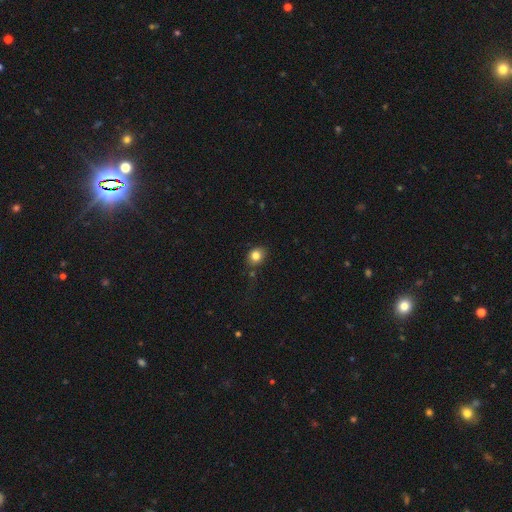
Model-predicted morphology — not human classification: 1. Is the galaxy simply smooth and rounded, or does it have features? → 82% smooth, 11% star or artifact, 7% featured or disk.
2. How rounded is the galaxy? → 59% round, 40% in between, 1% cigar-shaped.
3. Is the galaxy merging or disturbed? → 78% none, 14% minor disturbance, 4% major disturbance, 4% merger.